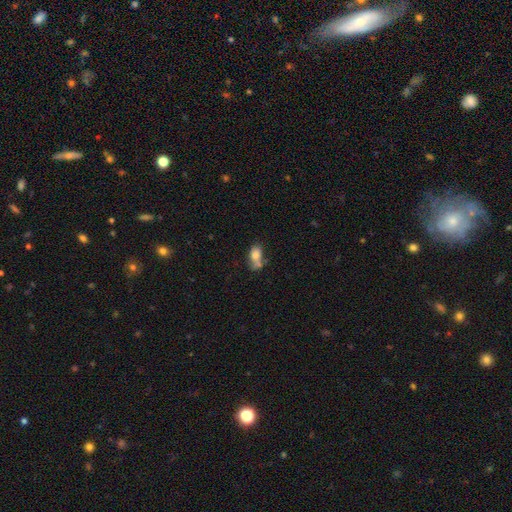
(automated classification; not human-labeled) A smooth galaxy with no disk features (72%) that is in between round and cigar-shaped (83%).

Vote fractions:
- Smooth or featured? smooth: 72% / featured or disk: 17% / star or artifact: 10%
- How rounded? in between: 83% / round: 12% / cigar-shaped: 5%
- Merging? none: 34% / merger: 27% / minor disturbance: 23% / major disturbance: 15%